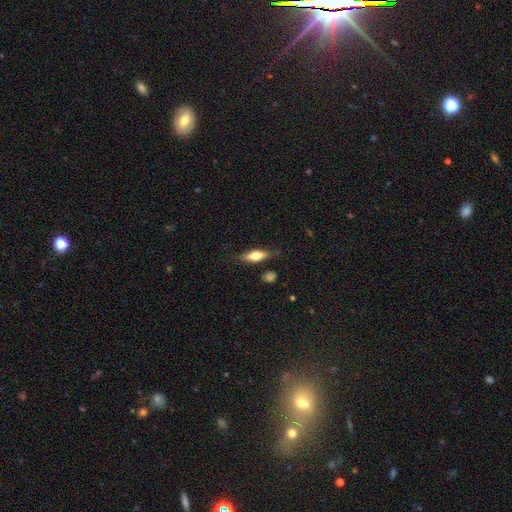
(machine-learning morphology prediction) smooth 63%, featured or disk 31%, star or artifact 7%. Down the decision tree: how rounded — in between (62%); merging — none (75%).